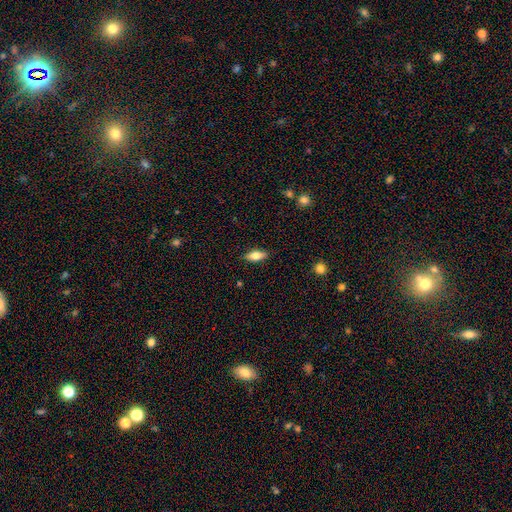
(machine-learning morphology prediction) Smooth or featured?
  - smooth: 68% *
  - featured or disk: 25%
  - star or artifact: 7%
How rounded?
  - in between: 76% *
  - cigar-shaped: 21%
  - round: 3%
Merging?
  - none: 87% *
  - minor disturbance: 10%
  - major disturbance: 2%
  - merger: 1%